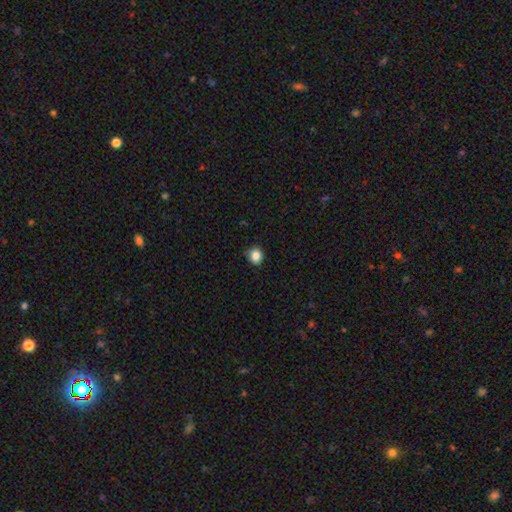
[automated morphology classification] type=smooth (85%); roundness=round (77%); merging=none (84%).